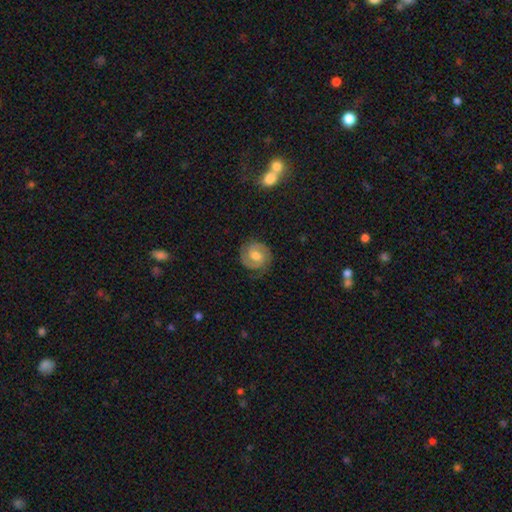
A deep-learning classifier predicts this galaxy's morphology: Smooth or featured?
  - featured or disk: 77% *
  - smooth: 16%
  - star or artifact: 6%
Edge-on disk?
  - no: 98% *
  - yes: 2%
Bar?
  - weak: 49% *
  - no: 39%
  - strong: 12%
Spiral arms?
  - yes: 95% *
  - no: 5%
Spiral winding?
  - tight: 55% *
  - medium: 37%
  - loose: 8%
Spiral arm count?
  - 2: 88% *
  - can't tell: 5%
  - 1: 3%
  - 3: 2%
  - 4: 1%
  - more than 4: 1%
Bulge size?
  - moderate: 71% *
  - small: 16%
  - large: 9%
  - none: 2%
  - dominant: 1%
Merging?
  - none: 82% *
  - minor disturbance: 13%
  - major disturbance: 4%
  - merger: 1%